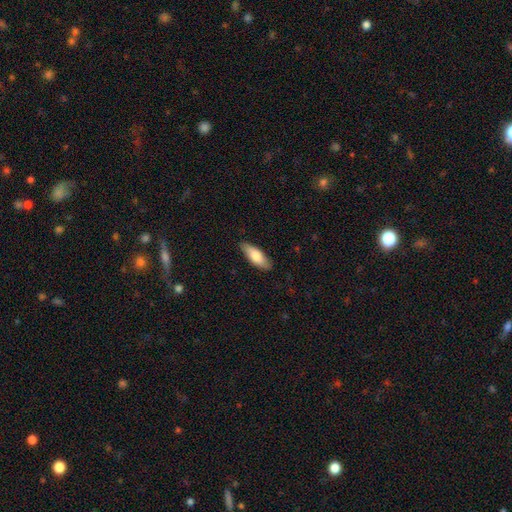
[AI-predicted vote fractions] smooth_or_featured: smooth (p=0.78) [alt: featured or disk p=0.17]
how_rounded: in between (p=0.63) [alt: cigar-shaped p=0.35]
merging: none (p=0.85) [alt: minor disturbance p=0.11]